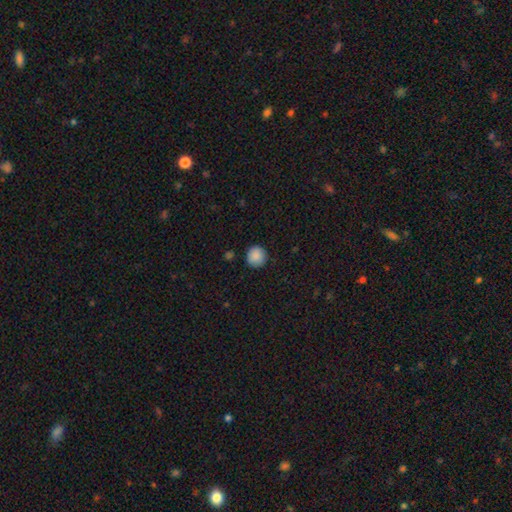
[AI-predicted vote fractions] Smooth or featured? Predicted: smooth (p=0.89). How rounded? Predicted: round (p=0.93). Merging? Predicted: none (p=0.88).